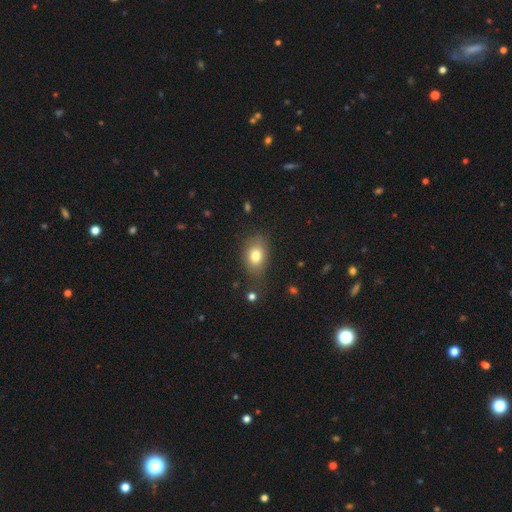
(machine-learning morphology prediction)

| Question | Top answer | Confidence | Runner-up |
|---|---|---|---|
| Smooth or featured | smooth | 79% | featured or disk (11%) |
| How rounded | in between | 79% | round (20%) |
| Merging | none | 71% | minor disturbance (20%) |